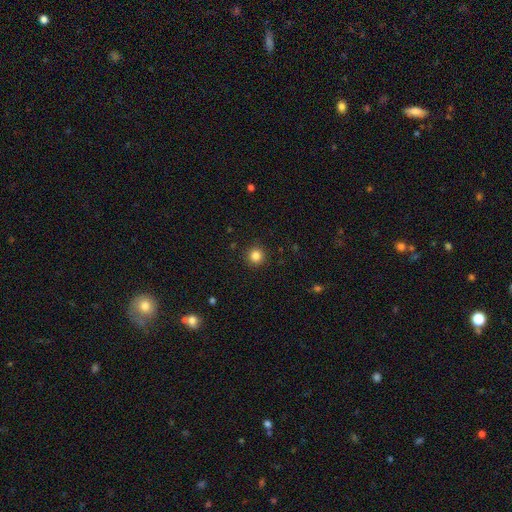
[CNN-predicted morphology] Overall: smooth (84%). How rounded: round (95%). Merging: none (92%).